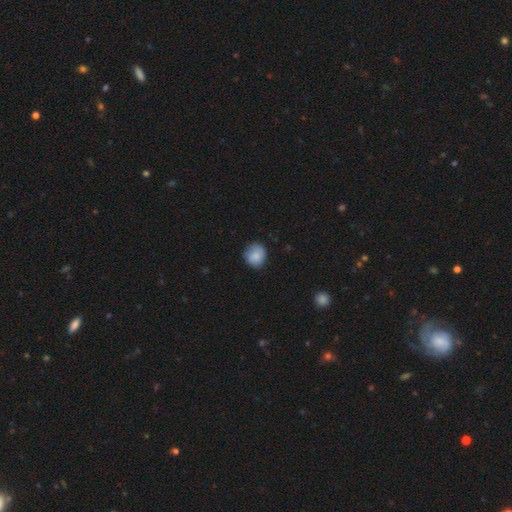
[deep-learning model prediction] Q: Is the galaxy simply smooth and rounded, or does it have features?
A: smooth — 83%.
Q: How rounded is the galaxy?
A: round — 83%.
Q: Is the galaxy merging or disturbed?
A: none — 75%.